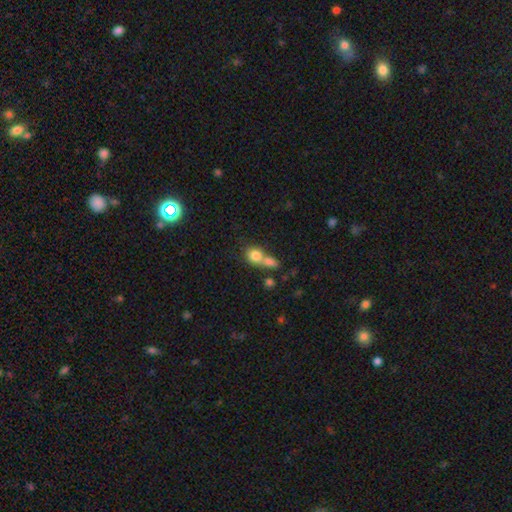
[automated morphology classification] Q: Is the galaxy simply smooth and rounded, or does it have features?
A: smooth — 78%.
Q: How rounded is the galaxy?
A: round — 66%.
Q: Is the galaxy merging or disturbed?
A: merger — 58%.